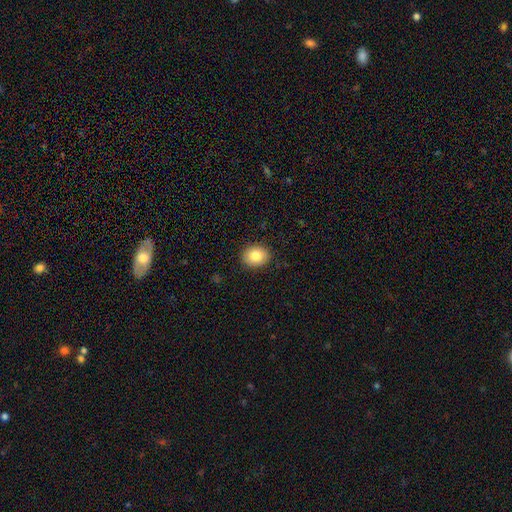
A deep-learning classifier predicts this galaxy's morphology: This is clearly a smooth galaxy (84%). How rounded: likely round (61%). Merging: clearly none (90%).